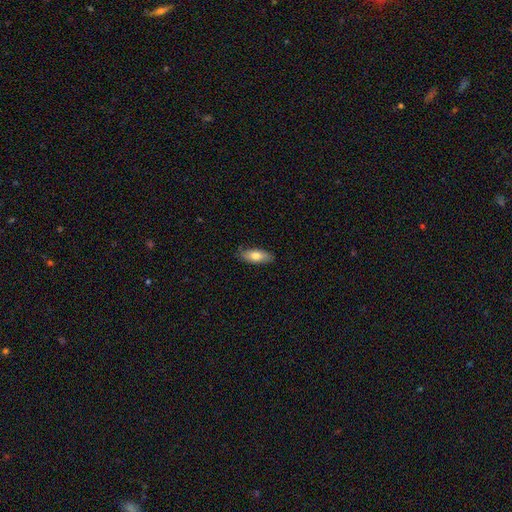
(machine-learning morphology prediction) This is likely a smooth galaxy (75%). How rounded: likely in between (78%). Merging: clearly none (84%).